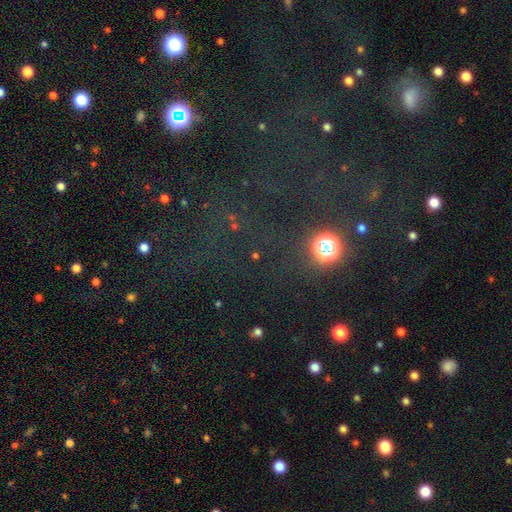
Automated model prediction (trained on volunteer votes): Smooth or featured: star or artifact — 70% (smooth — 22%)